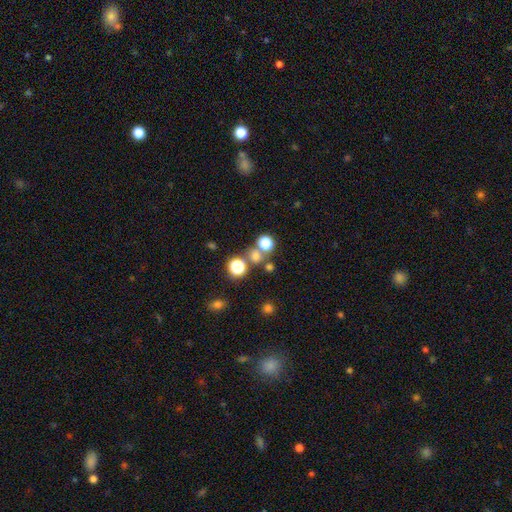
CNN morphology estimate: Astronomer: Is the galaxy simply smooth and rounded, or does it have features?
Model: smooth — 66%.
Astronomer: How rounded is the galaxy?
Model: round — 88%.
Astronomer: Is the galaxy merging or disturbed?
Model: none — 65%.